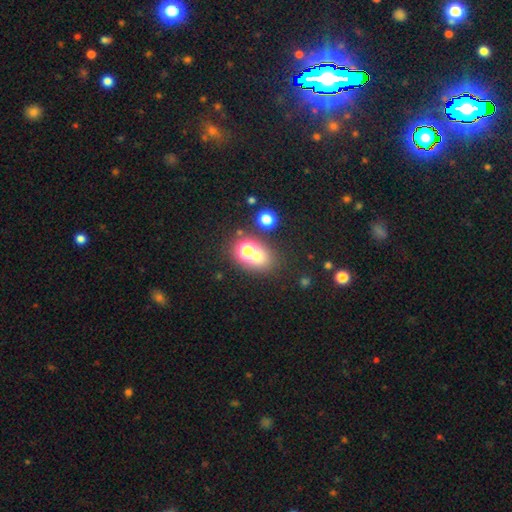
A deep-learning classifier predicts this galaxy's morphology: Smooth or featured: smooth — 59% (star or artifact — 26%)
How rounded: round — 62% (in between — 37%)
Merging: none — 52% (merger — 33%)